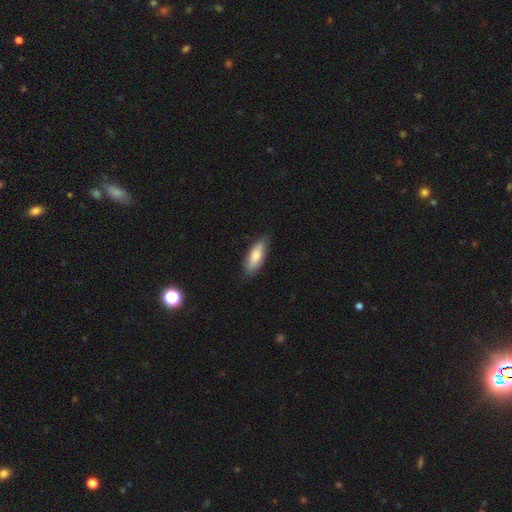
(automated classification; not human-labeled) This appears to be a smooth galaxy with no disk features (78%) that is in between round and cigar-shaped (70%). Merging: none (80%).